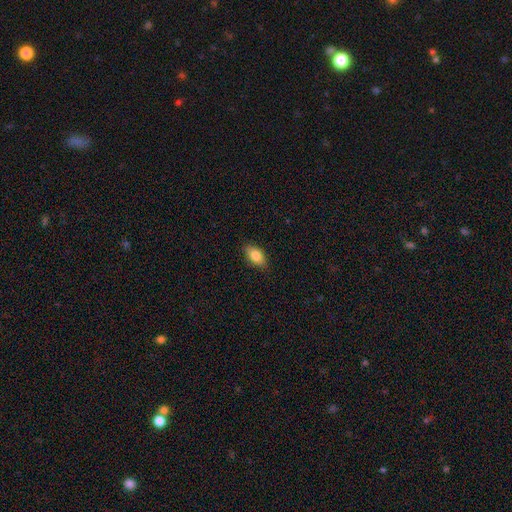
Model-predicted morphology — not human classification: Smooth or featured?
  - smooth: 82% *
  - featured or disk: 11%
  - star or artifact: 7%
How rounded?
  - in between: 90% *
  - round: 6%
  - cigar-shaped: 4%
Merging?
  - none: 85% *
  - minor disturbance: 11%
  - major disturbance: 2%
  - merger: 1%